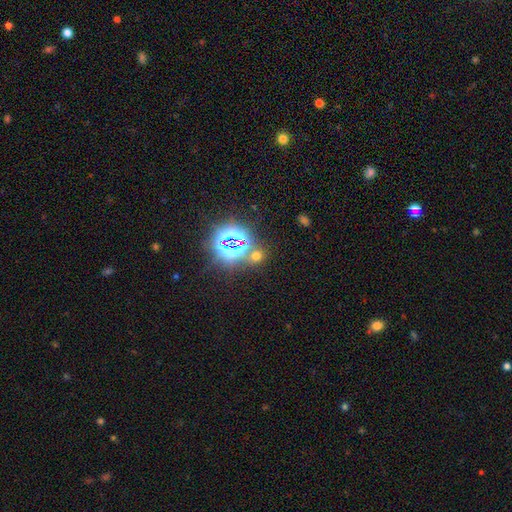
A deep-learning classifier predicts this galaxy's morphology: Smooth or featured? star or artifact (54%)